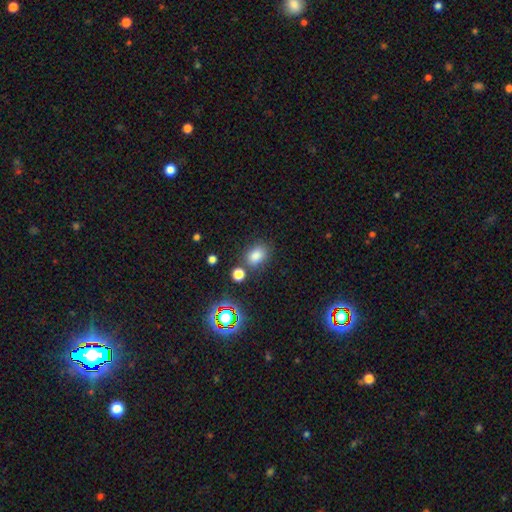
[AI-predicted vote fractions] Smooth or featured?
  - smooth: 77% *
  - star or artifact: 17%
  - featured or disk: 6%
How rounded?
  - in between: 68% *
  - round: 30%
  - cigar-shaped: 1%
Merging?
  - none: 73% *
  - minor disturbance: 13%
  - merger: 9%
  - major disturbance: 4%